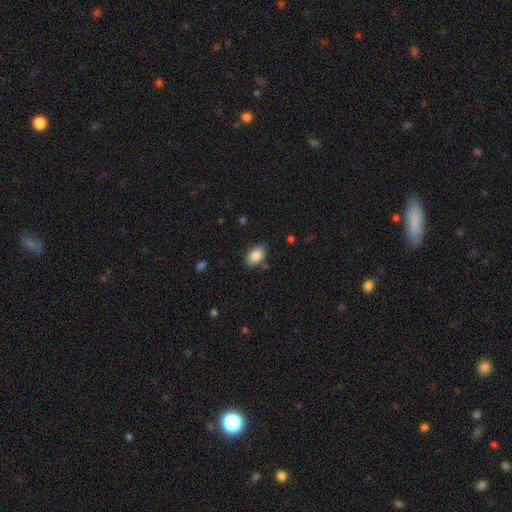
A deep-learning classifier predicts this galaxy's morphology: This is clearly a smooth galaxy (87%). How rounded: clearly in between (91%). Merging: clearly none (81%).